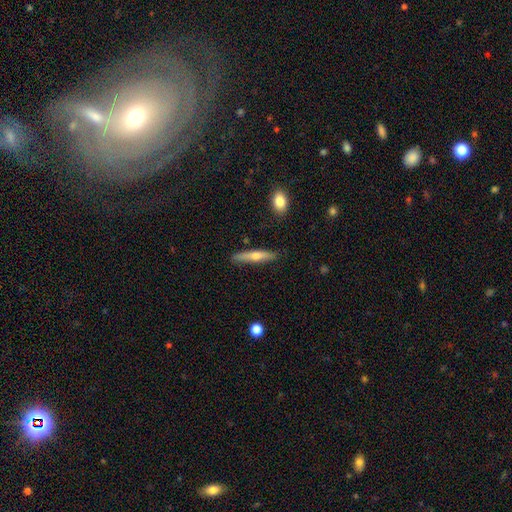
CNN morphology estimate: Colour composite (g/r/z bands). It shows a featured or disk galaxy (48%). Merging: none (87%).